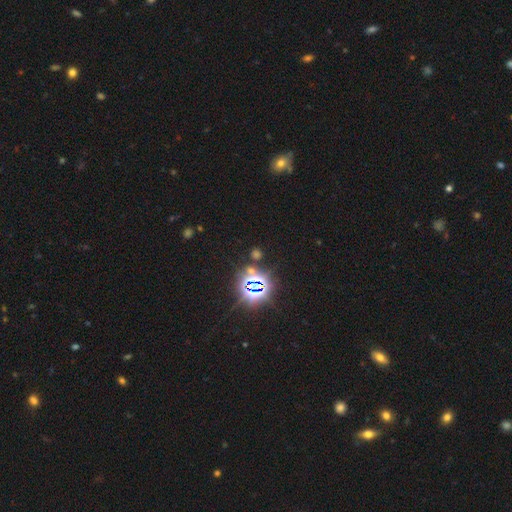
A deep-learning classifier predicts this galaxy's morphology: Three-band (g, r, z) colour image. It shows a star or artifact, not a galaxy (79%).